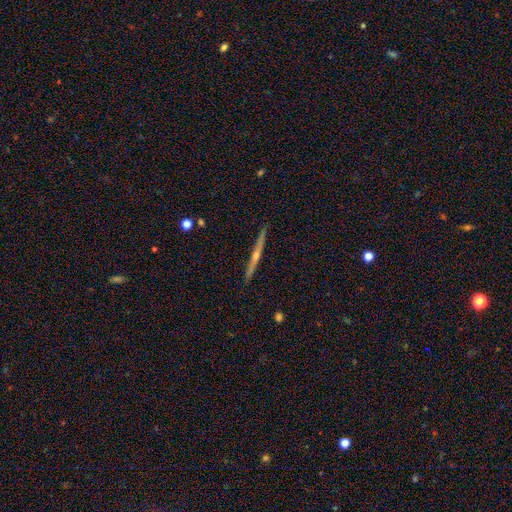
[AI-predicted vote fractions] smooth_or_featured: featured or disk (p=0.66) [alt: smooth p=0.21]
disk_edge_on: yes (p=0.95) [alt: no p=0.05]
edge_on_bulge: rounded (p=0.68) [alt: none p=0.24]
merging: none (p=0.89) [alt: minor disturbance p=0.07]